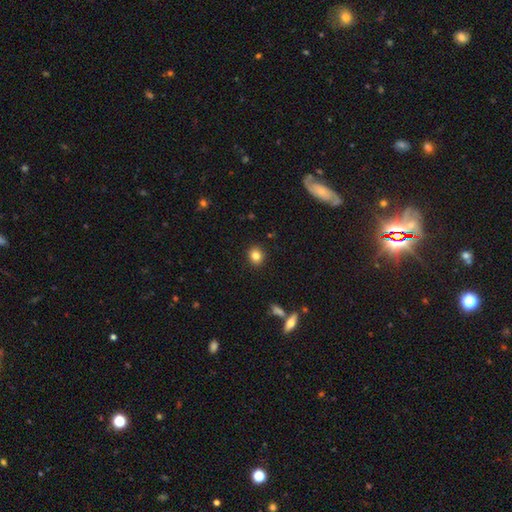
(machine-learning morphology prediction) type=smooth (83%); roundness=round (78%); merging=none (91%).